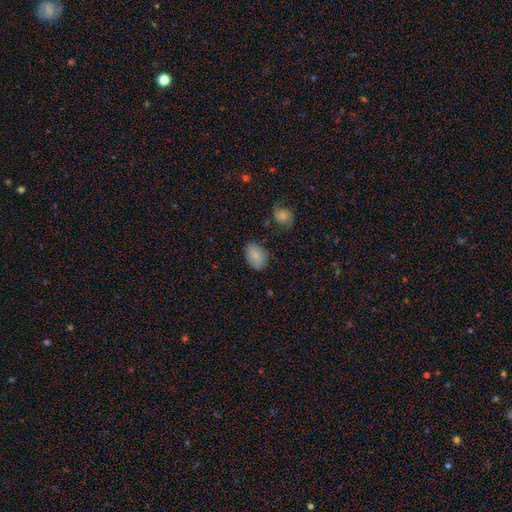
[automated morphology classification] Q: Smooth or featured?
A: smooth (85%); runner-up: star or artifact (8%)
Q: How rounded?
A: in between (84%); runner-up: round (14%)
Q: Merging?
A: none (78%); runner-up: minor disturbance (16%)